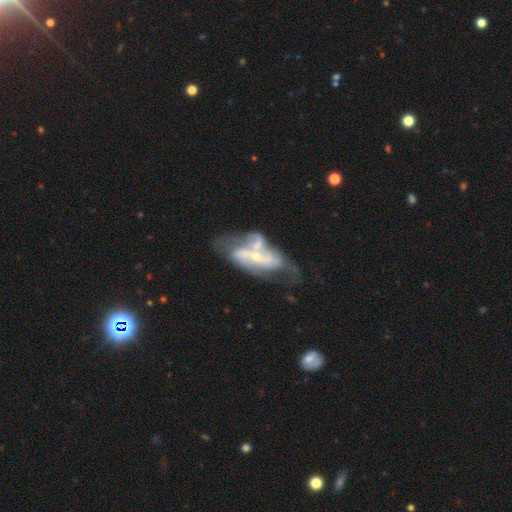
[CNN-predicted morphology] Smooth or featured? Predicted: featured or disk (p=0.74). Edge-on disk? Predicted: no (p=0.92). Bar? Predicted: no (p=0.49). Spiral arms? Predicted: yes (p=0.68). Bulge size? Predicted: small (p=0.57). Merging? Predicted: merger (p=0.43).